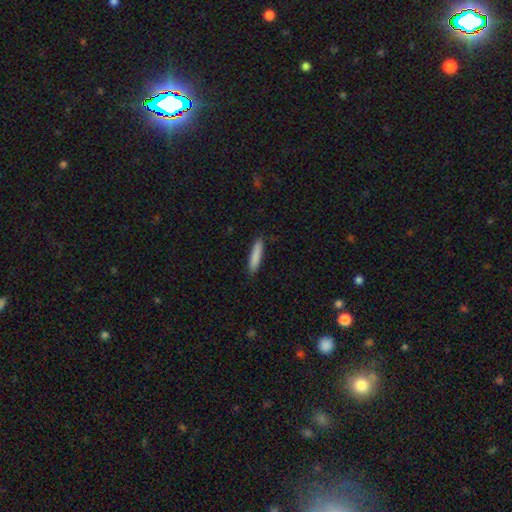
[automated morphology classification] This appears to be a smooth galaxy with no disk features (86%) that is cigar-shaped (85%). Merging: none (87%).